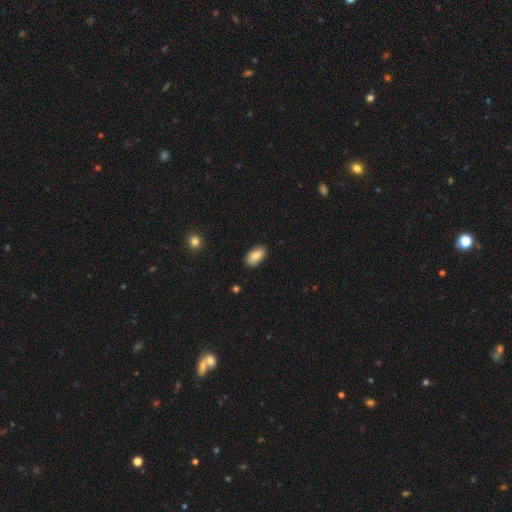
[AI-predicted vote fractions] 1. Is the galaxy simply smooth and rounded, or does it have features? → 85% smooth, 9% featured or disk, 7% star or artifact.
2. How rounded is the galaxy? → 94% in between, 4% round, 3% cigar-shaped.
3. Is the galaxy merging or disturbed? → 87% none, 10% minor disturbance, 2% major disturbance, 1% merger.